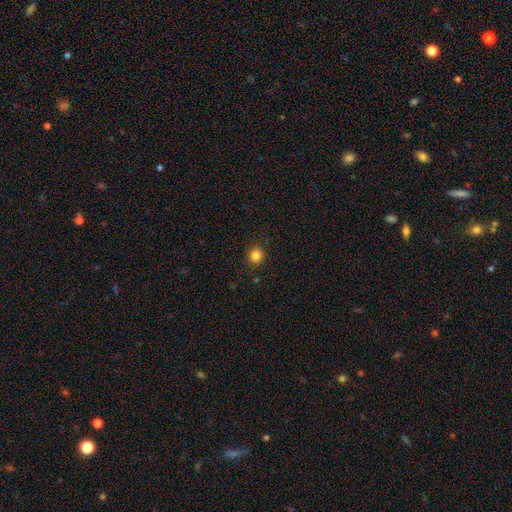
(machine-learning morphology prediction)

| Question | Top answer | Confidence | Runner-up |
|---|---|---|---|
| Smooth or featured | smooth | 83% | star or artifact (12%) |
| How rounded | round | 92% | in between (7%) |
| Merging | none | 91% | minor disturbance (6%) |